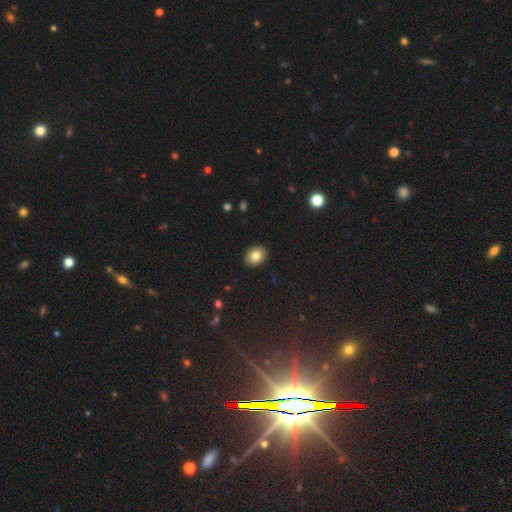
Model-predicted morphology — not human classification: smooth 81%, featured or disk 9%, star or artifact 9%. Down the decision tree: how rounded — in between (57%); merging — none (91%).